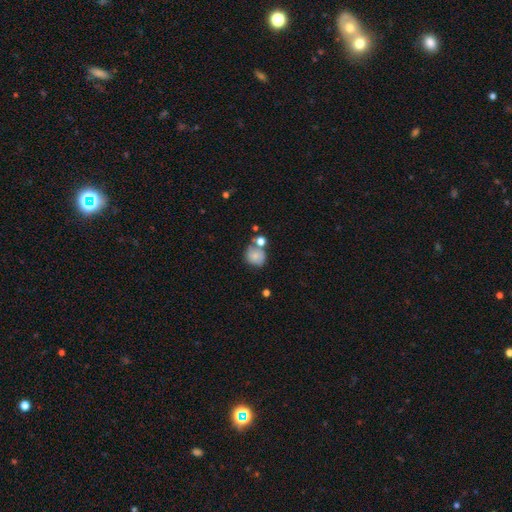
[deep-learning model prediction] Morphology: type=smooth (70%); roundness=round (76%); merging=none (47%).